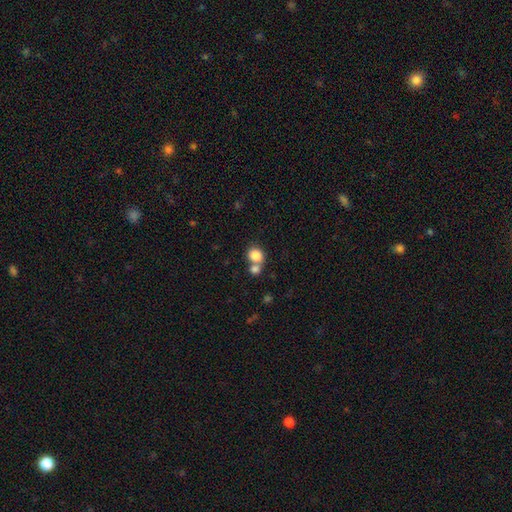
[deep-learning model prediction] This is clearly a smooth galaxy (83%). How rounded: likely round (66%). Merging: possibly merger (45%).